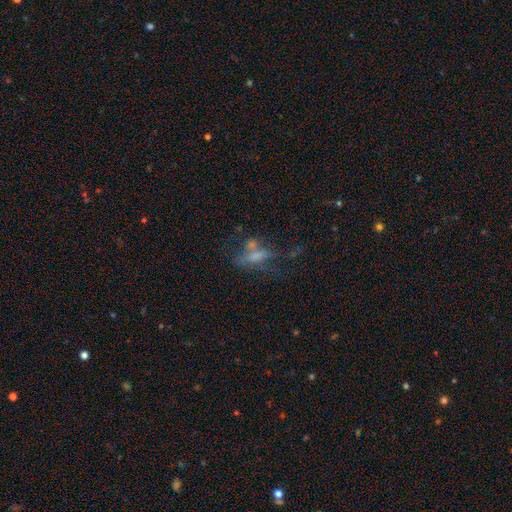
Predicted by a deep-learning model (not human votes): This is marginally a featured or disk galaxy (43%). Merging: marginally none (41%).